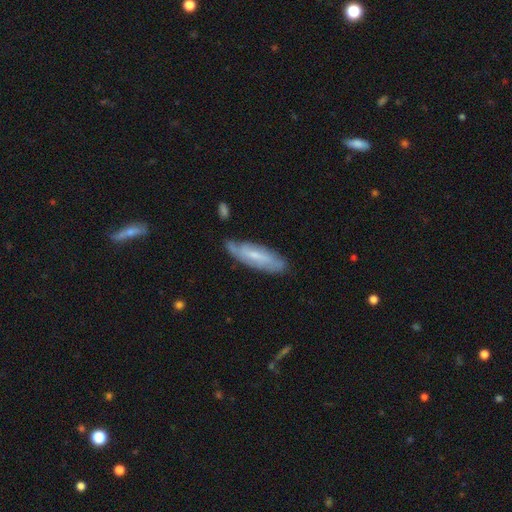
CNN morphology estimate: featured or disk 52%, smooth 41%, star or artifact 7%. Down the decision tree: edge-on disk — no (69%); merging — none (71%).